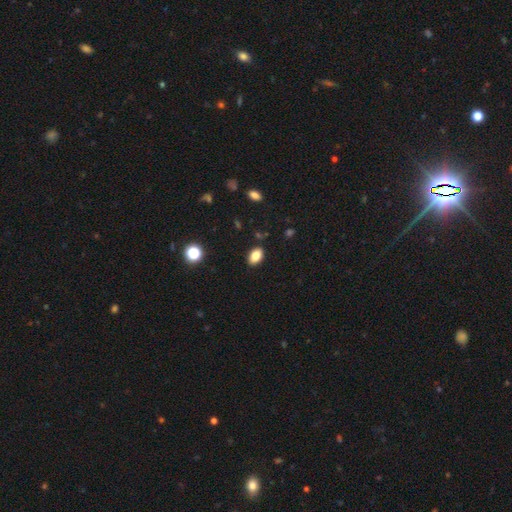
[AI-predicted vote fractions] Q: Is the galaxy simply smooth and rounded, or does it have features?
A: smooth — 83%.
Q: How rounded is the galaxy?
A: in between — 87%.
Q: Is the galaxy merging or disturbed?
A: none — 87%.